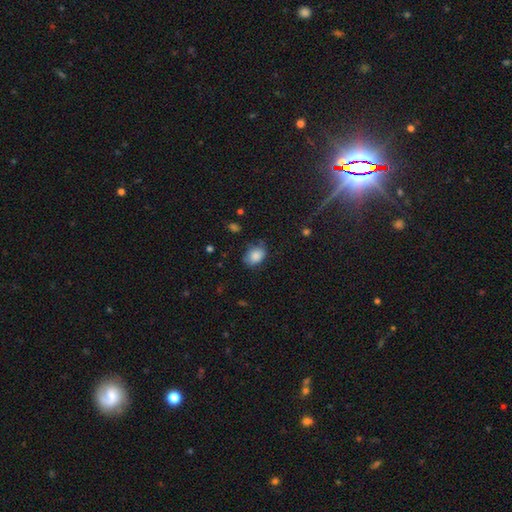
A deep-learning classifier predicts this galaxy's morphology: Smooth or featured? smooth (84%)
How rounded? in between (75%)
Merging? none (64%)